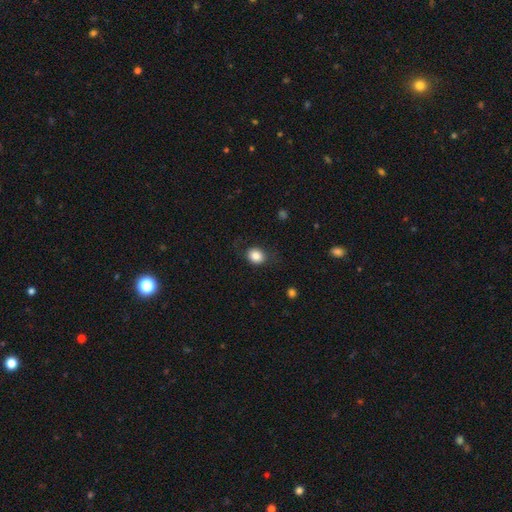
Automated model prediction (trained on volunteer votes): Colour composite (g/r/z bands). It shows a smooth galaxy with no disk features (84%) that is round (60%). Merging: none (80%).